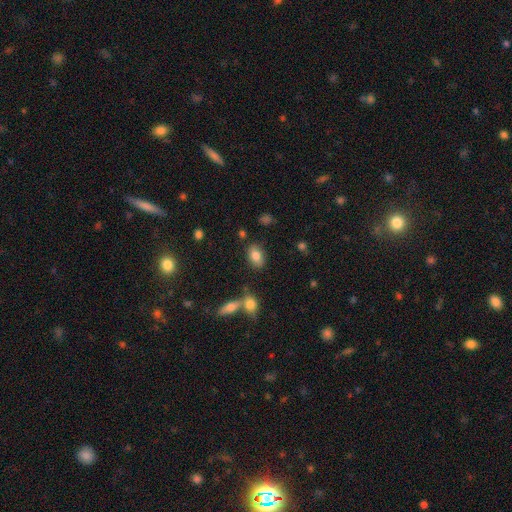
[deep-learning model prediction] Smooth or featured: smooth — 80% (featured or disk — 11%)
How rounded: in between — 86% (round — 12%)
Merging: none — 80% (minor disturbance — 12%)